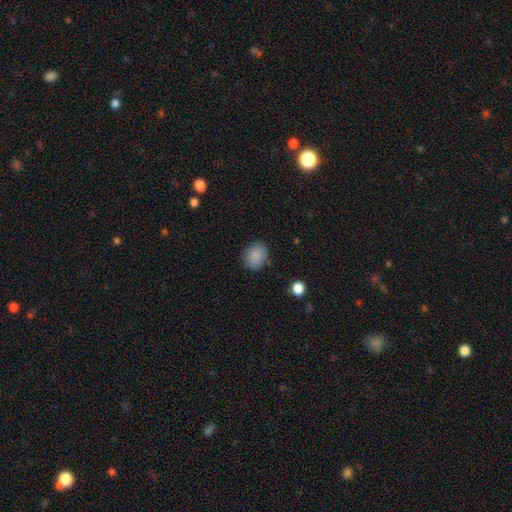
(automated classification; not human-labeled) smooth 87%, star or artifact 9%, featured or disk 4%. Down the decision tree: how rounded — round (60%); merging — none (83%).